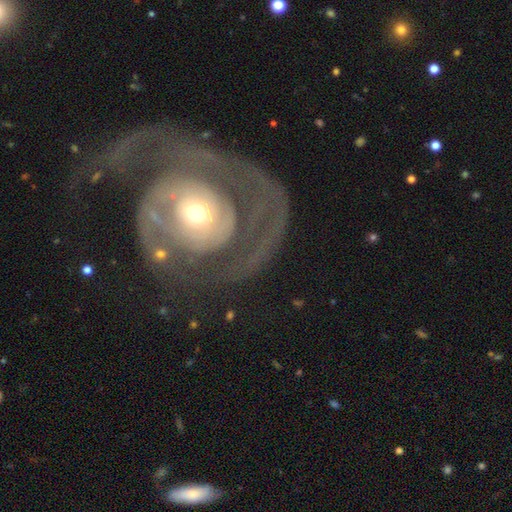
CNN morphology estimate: Smooth or featured? featured or disk (84%)
Edge-on disk? no (97%)
Bar? no (76%)
Spiral arms? yes (81%)
Spiral winding? tight (57%)
Spiral arm count? 2 (39%)
Bulge size? moderate (55%)
Merging? none (44%)